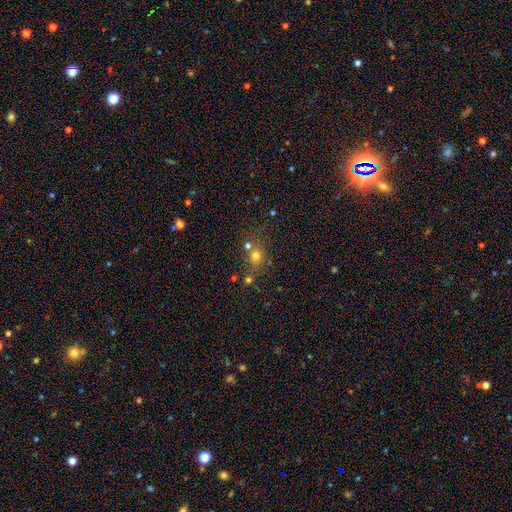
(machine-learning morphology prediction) The model was most divided on "merging": none: 58%, merger: 27%, minor disturbance: 10%, major disturbance: 5%. More confident: how rounded — round (77%); smooth or featured — smooth (68%).